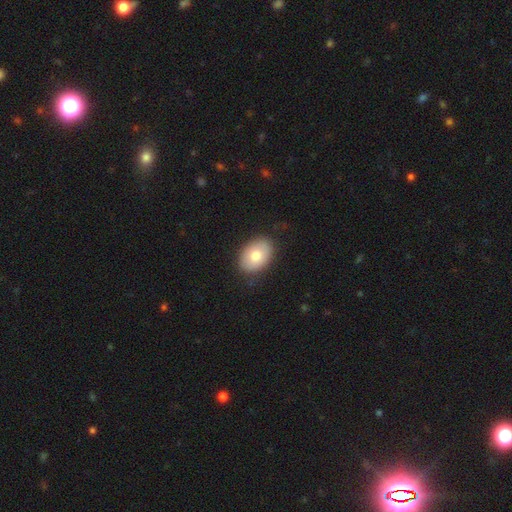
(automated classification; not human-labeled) Smooth or featured? smooth (77%)
How rounded? in between (83%)
Merging? none (85%)